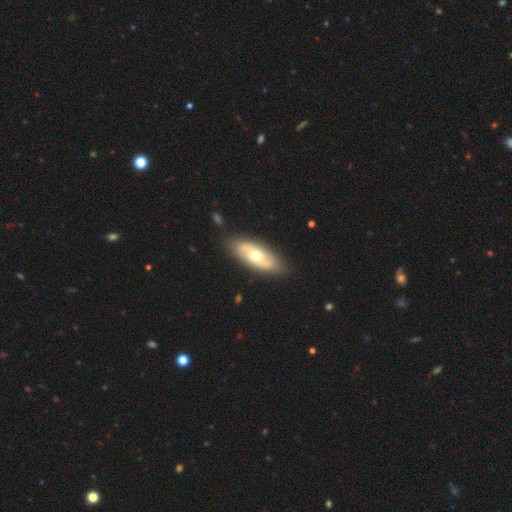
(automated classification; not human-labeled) A featured or disk galaxy (53%).

Vote fractions:
- Smooth or featured? featured or disk: 53% / smooth: 42% / star or artifact: 5%
- Edge-on disk? no: 84% / yes: 16%
- Merging? none: 85% / minor disturbance: 11% / major disturbance: 3% / merger: 2%